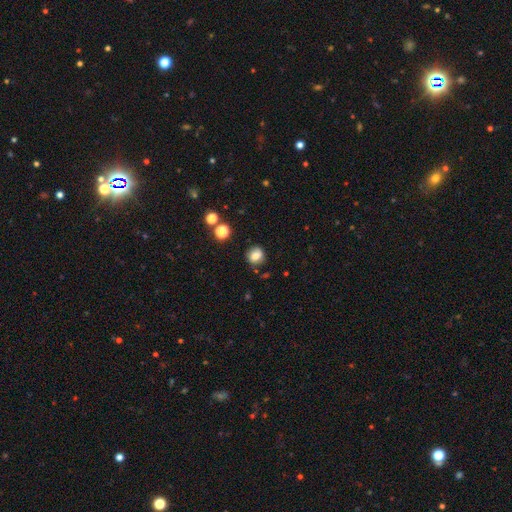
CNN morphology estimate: A smooth galaxy with no disk features (76%) that is round (74%).

Vote fractions:
- Smooth or featured? smooth: 76% / star or artifact: 12% / featured or disk: 12%
- How rounded? round: 74% / in between: 25% / cigar-shaped: 1%
- Merging? none: 79% / minor disturbance: 13% / merger: 4% / major disturbance: 4%